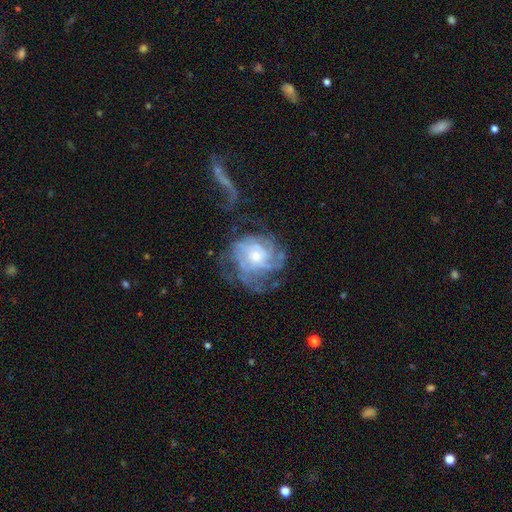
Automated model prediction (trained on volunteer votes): Smooth or featured? featured or disk (81%)
Edge-on disk? no (97%)
Bar? no (78%)
Spiral arms? yes (89%)
Spiral winding? tight (56%)
Spiral arm count? can't tell (42%)
Bulge size? small (60%)
Merging? none (52%)